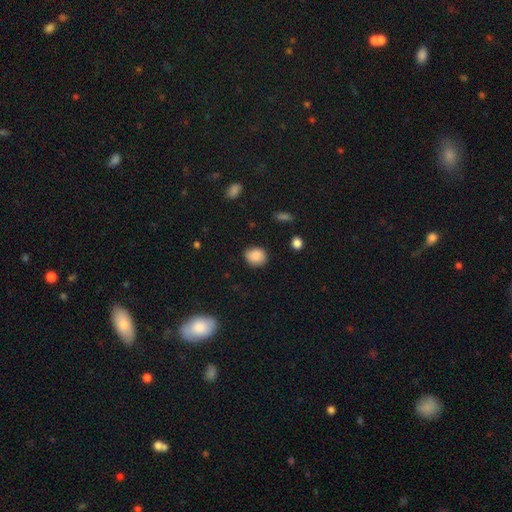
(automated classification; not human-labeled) Smooth or featured? smooth (88%)
How rounded? round (65%)
Merging? none (81%)